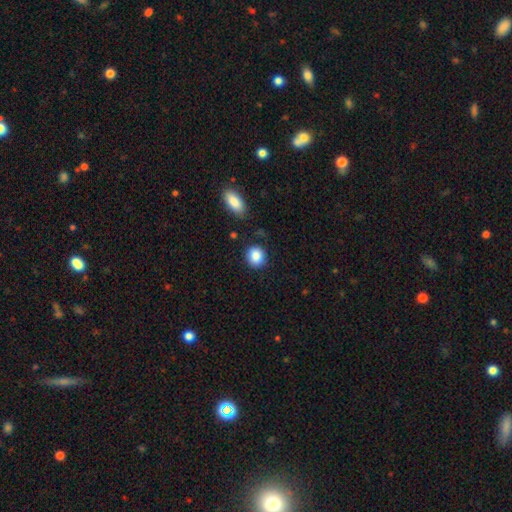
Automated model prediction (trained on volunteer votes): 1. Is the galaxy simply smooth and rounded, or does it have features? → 87% smooth, 8% star or artifact, 5% featured or disk.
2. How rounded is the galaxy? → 81% round, 18% in between, 1% cigar-shaped.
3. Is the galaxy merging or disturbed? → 85% none, 10% minor disturbance, 3% merger, 3% major disturbance.